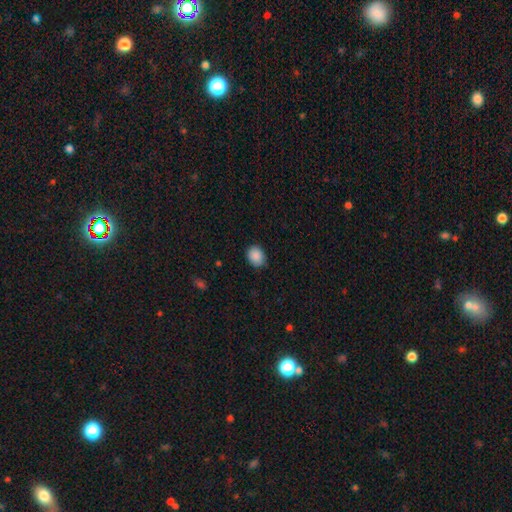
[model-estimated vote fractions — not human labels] This appears to be a smooth galaxy with no disk features (89%) that is in between round and cigar-shaped (52%). Merging: none (82%).